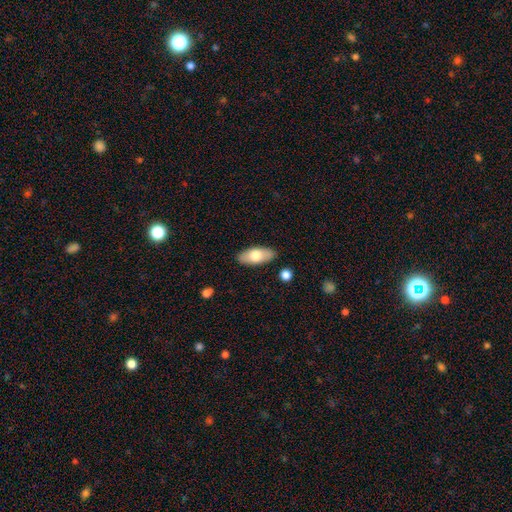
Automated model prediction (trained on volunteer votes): Morphology: type=smooth (70%); roundness=in between (87%); merging=none (87%).